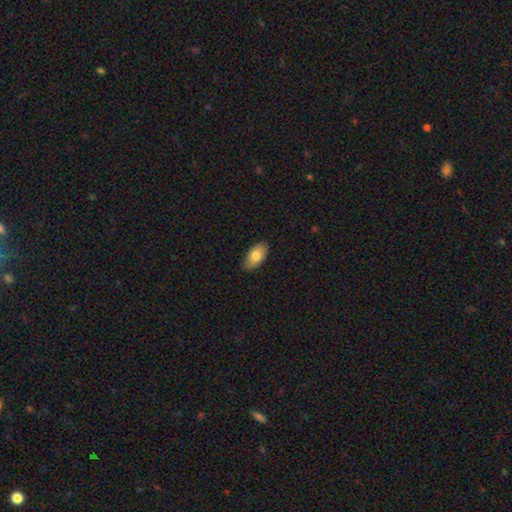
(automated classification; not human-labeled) The model was most divided on "smooth or featured": smooth: 79%, featured or disk: 14%, star or artifact: 6%. More confident: how rounded — in between (93%); merging — none (85%).